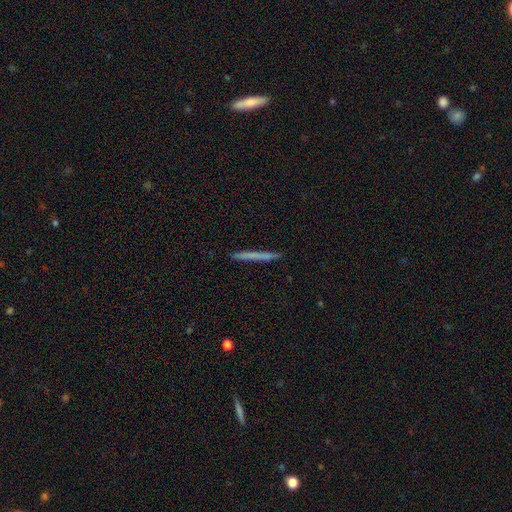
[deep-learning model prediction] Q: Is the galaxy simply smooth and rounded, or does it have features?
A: smooth — 64%.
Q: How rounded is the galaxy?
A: cigar-shaped — 97%.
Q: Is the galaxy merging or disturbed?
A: none — 91%.